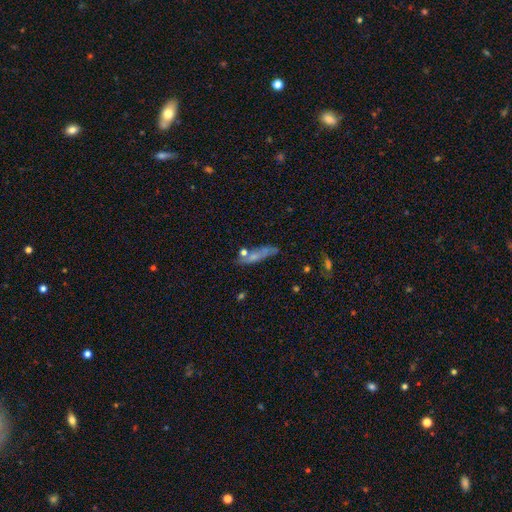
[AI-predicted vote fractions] Smooth or featured? smooth (53%)
How rounded? cigar-shaped (77%)
Merging? none (61%)